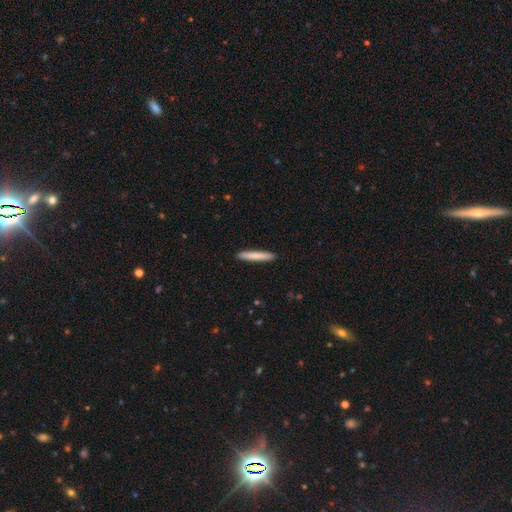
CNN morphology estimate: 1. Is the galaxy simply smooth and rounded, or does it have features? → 81% smooth, 14% featured or disk, 5% star or artifact.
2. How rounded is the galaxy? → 95% cigar-shaped, 4% in between, 1% round.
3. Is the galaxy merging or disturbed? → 92% none, 6% minor disturbance, 1% major disturbance, 1% merger.